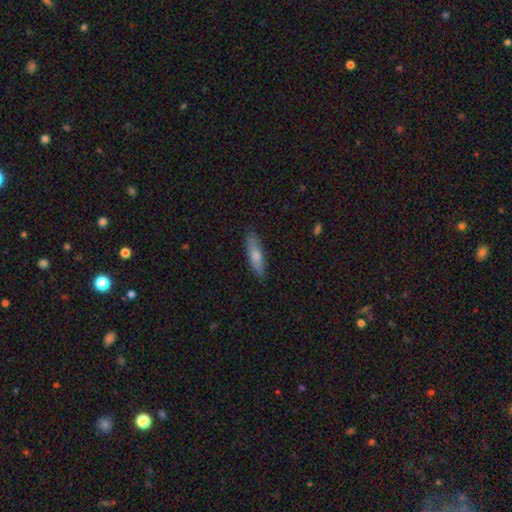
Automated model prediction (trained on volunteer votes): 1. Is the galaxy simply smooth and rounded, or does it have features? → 67% smooth, 28% featured or disk, 6% star or artifact.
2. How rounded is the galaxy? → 68% cigar-shaped, 30% in between, 2% round.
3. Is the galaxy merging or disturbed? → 88% none, 10% minor disturbance, 2% major disturbance, 1% merger.